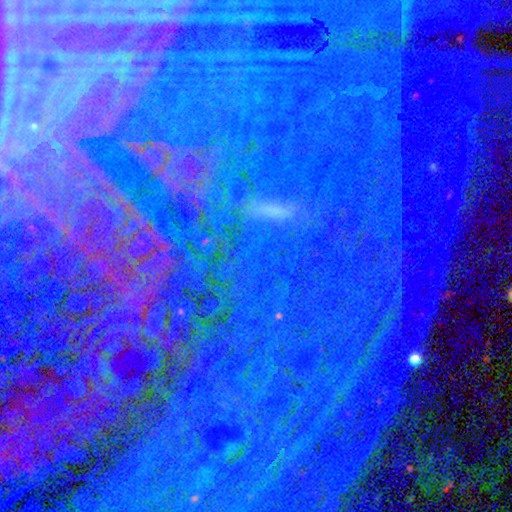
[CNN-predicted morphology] type=star or artifact (81%).